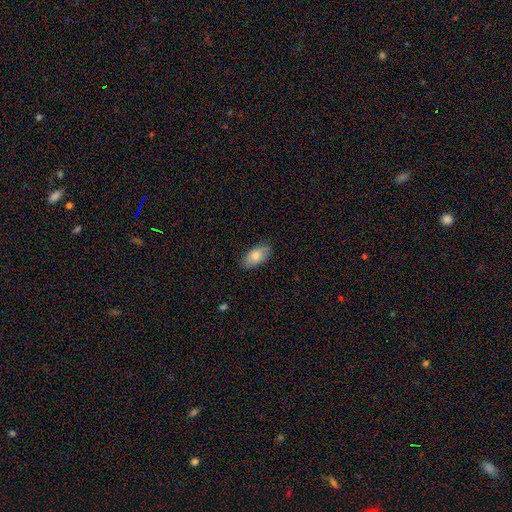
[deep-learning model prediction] Smooth or featured? Predicted: smooth (p=0.80). How rounded? Predicted: in between (p=0.93). Merging? Predicted: none (p=0.85).